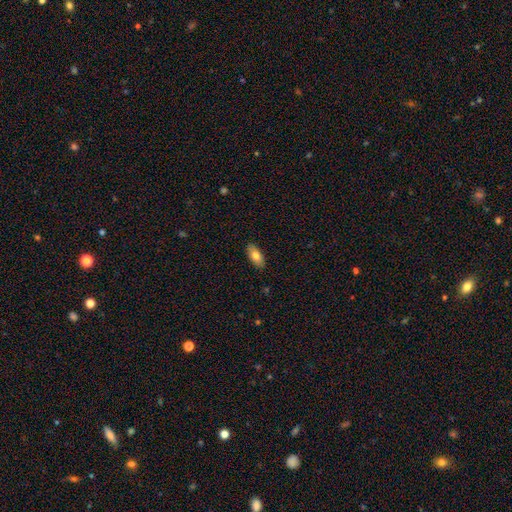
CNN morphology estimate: A smooth galaxy with no disk features (77%) that is in between round and cigar-shaped (90%). Merging: none (89%).